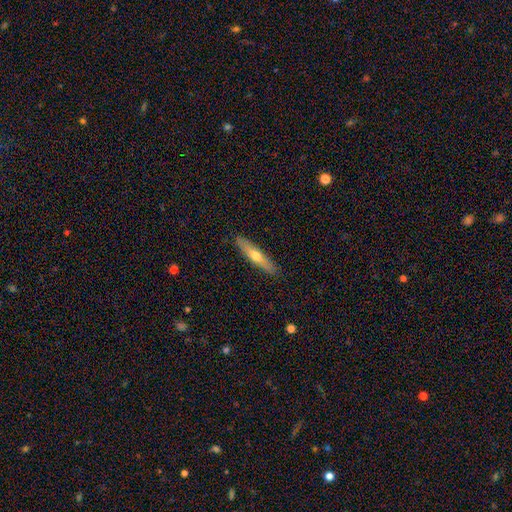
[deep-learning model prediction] smooth-or-featured: smooth: 49% | featured or disk: 45% | star or artifact: 6%
  merging: none: 90% | minor disturbance: 7% | major disturbance: 2% | merger: 1%